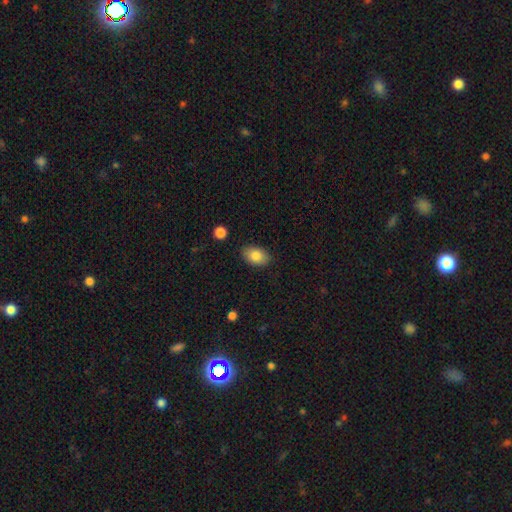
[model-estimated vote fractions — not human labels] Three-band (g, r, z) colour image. It shows a smooth galaxy with no disk features (84%) that is in between round and cigar-shaped (88%). Merging: none (85%).